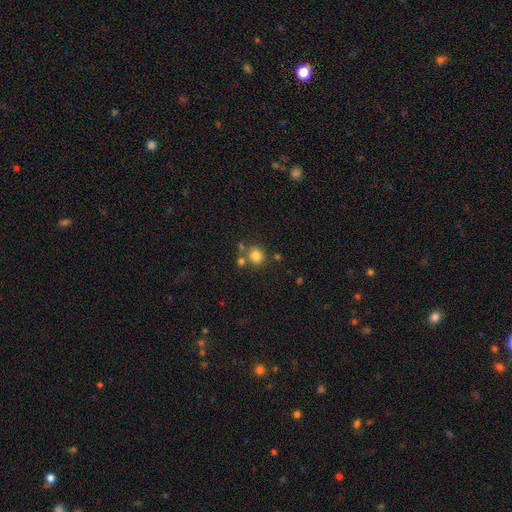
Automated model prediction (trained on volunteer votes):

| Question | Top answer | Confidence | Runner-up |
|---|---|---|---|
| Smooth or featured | smooth | 81% | star or artifact (12%) |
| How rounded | round | 84% | in between (15%) |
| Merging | none | 69% | merger (17%) |